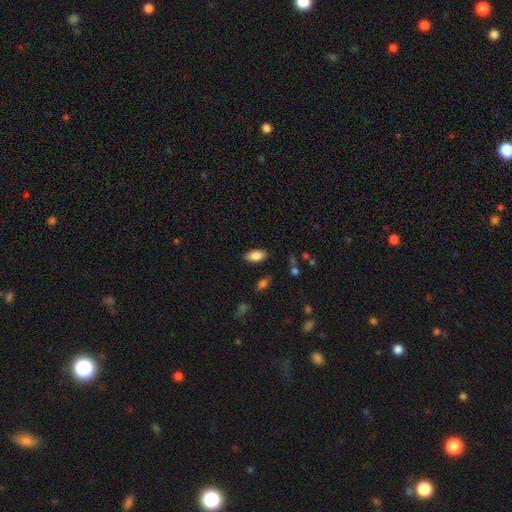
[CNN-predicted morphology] Overall: smooth (86%). How rounded: in between (93%). Merging: none (85%).